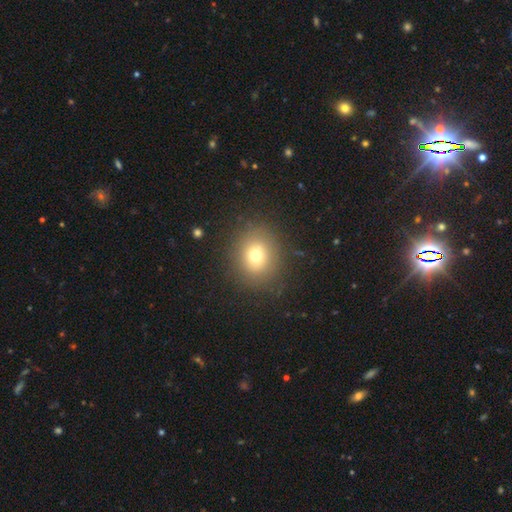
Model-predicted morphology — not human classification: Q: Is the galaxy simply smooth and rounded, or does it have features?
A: smooth — 72%.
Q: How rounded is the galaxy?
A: round — 74%.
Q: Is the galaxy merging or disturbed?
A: none — 86%.